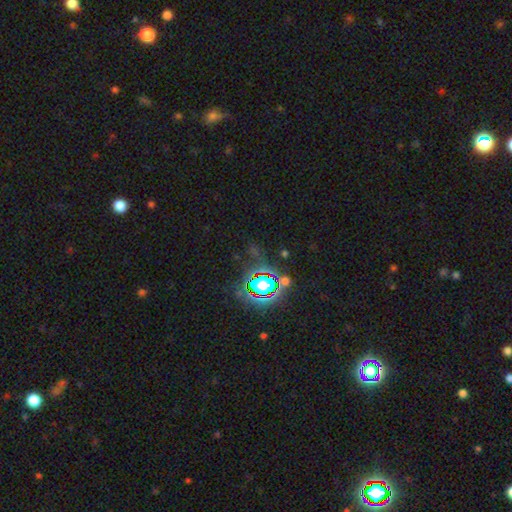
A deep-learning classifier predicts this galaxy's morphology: Smooth or featured? star or artifact (80%)